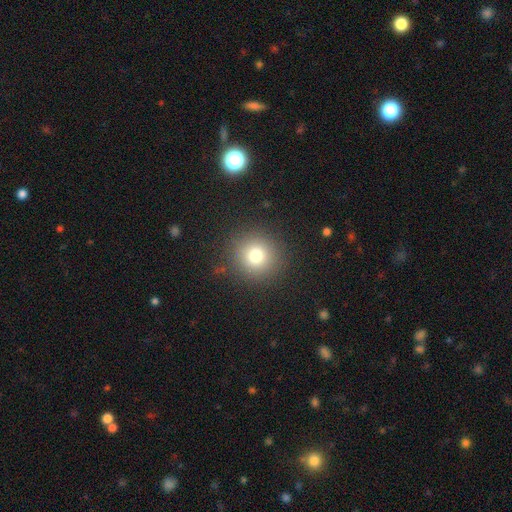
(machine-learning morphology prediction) Overall: smooth (77%). How rounded: round (94%). Merging: none (89%).